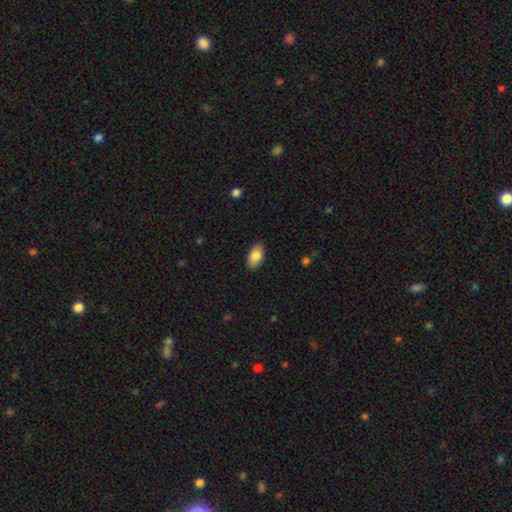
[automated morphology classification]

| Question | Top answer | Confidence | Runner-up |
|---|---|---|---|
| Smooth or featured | smooth | 83% | featured or disk (10%) |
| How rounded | in between | 94% | round (4%) |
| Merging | none | 88% | minor disturbance (9%) |